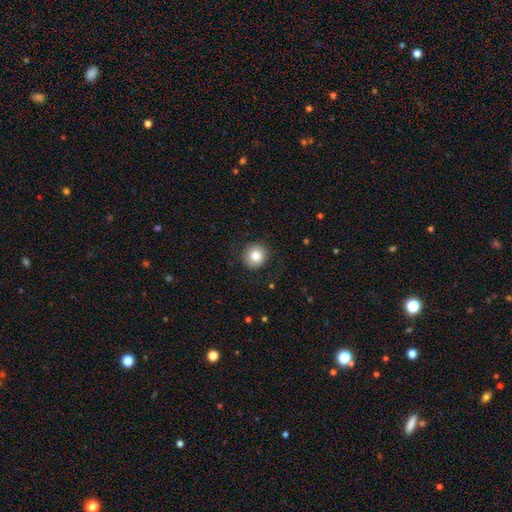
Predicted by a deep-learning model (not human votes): A smooth galaxy with no disk features (82%) that is round (92%).

Vote fractions:
- Smooth or featured? smooth: 82% / star or artifact: 9% / featured or disk: 9%
- How rounded? round: 92% / in between: 7% / cigar-shaped: 1%
- Merging? none: 87% / minor disturbance: 9% / major disturbance: 3% / merger: 1%